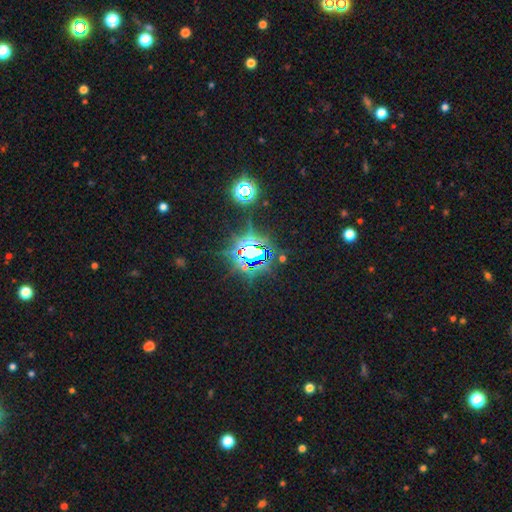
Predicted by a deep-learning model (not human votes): Smooth or featured?
  - star or artifact: 81% *
  - smooth: 10%
  - featured or disk: 9%